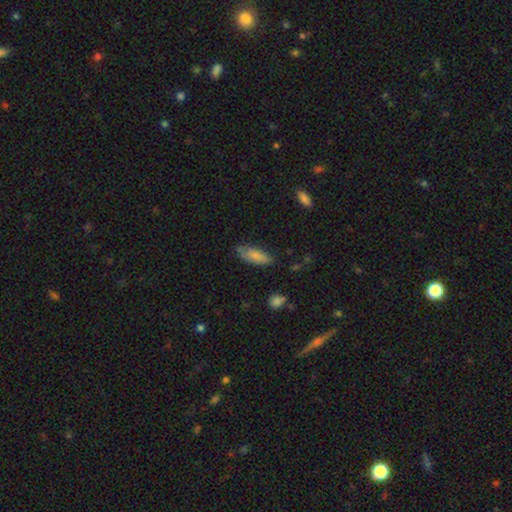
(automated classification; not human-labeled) Overall: smooth (77%). How rounded: in between (78%). Merging: none (62%; minor disturbance 29%).